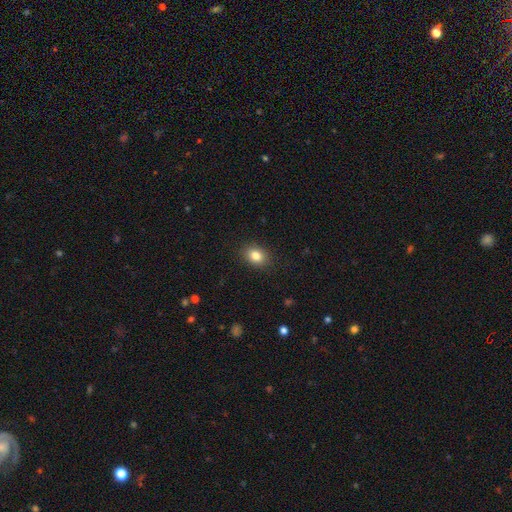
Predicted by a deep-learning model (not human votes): Q: Smooth or featured?
A: smooth (83%); runner-up: star or artifact (10%)
Q: How rounded?
A: in between (64%); runner-up: round (35%)
Q: Merging?
A: none (88%); runner-up: minor disturbance (8%)